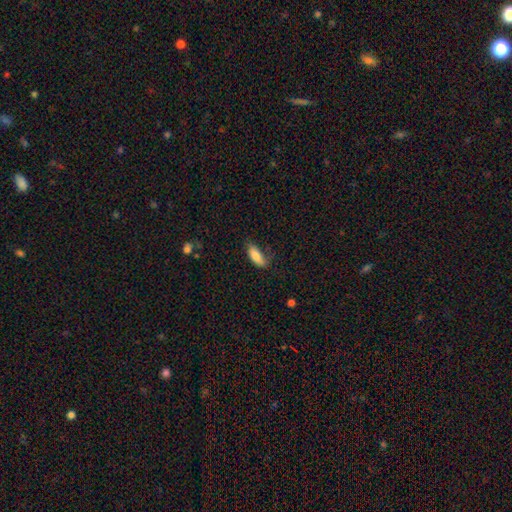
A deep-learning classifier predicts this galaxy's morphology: smooth-or-featured: smooth: 81% | featured or disk: 13% | star or artifact: 7%
  how-rounded: in between: 74% | cigar-shaped: 24% | round: 2%
  merging: none: 53% | minor disturbance: 32% | major disturbance: 13% | merger: 2%